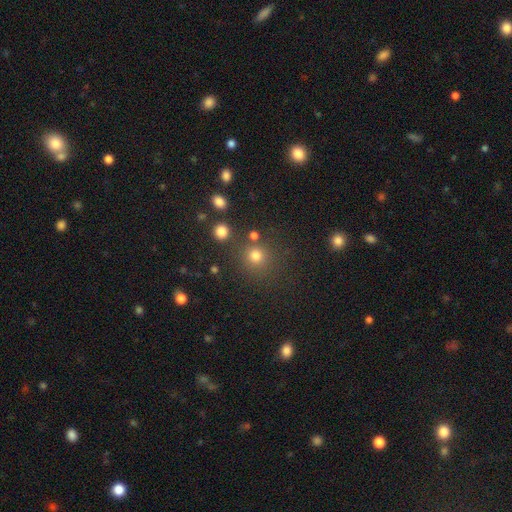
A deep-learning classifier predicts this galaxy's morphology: This appears to be a smooth galaxy with no disk features (76%) that is round (91%). Merging: none (78%).